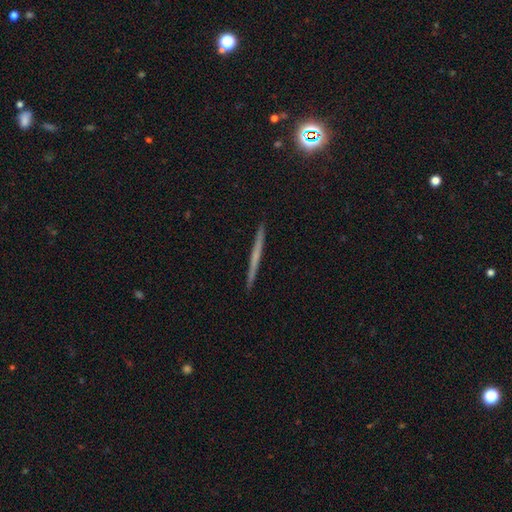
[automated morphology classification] Q: Smooth or featured?
A: featured or disk (51%); runner-up: smooth (43%)
Q: Edge-on disk?
A: yes (98%); runner-up: no (2%)
Q: Merging?
A: none (93%); runner-up: minor disturbance (5%)